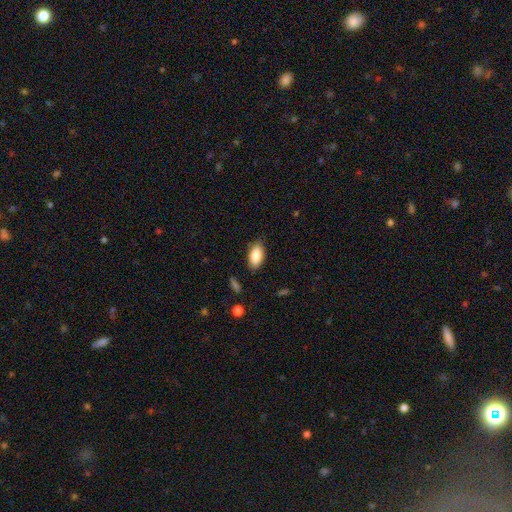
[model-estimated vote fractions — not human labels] Q: Smooth or featured?
A: smooth (86%); runner-up: featured or disk (7%)
Q: How rounded?
A: in between (92%); runner-up: cigar-shaped (4%)
Q: Merging?
A: none (85%); runner-up: minor disturbance (11%)